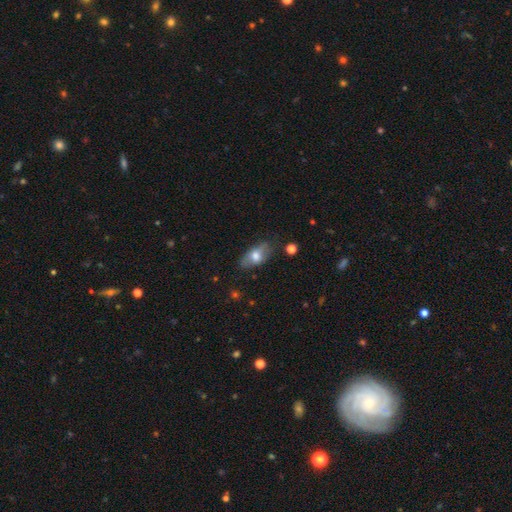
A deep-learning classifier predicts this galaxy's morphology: Smooth or featured?
  - smooth: 62% *
  - featured or disk: 31%
  - star or artifact: 7%
How rounded?
  - in between: 86% *
  - cigar-shaped: 9%
  - round: 5%
Merging?
  - none: 71% *
  - minor disturbance: 21%
  - major disturbance: 5%
  - merger: 2%